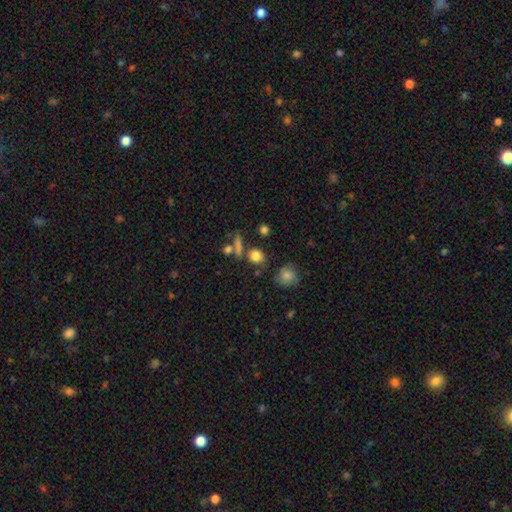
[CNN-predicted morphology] A smooth galaxy with no disk features (79%) that is round (77%). Merging: none (69%).